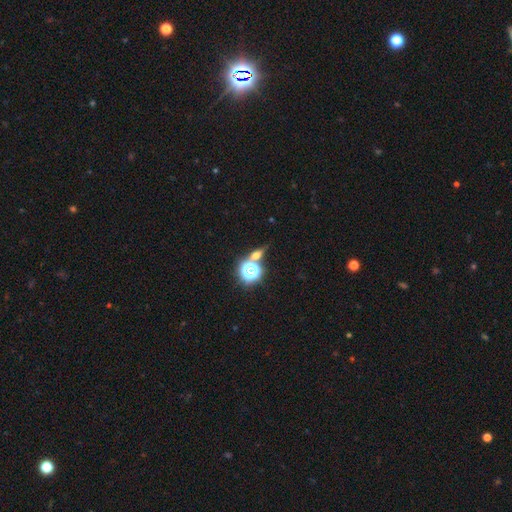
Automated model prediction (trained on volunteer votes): Smooth or featured?
  - smooth: 44% *
  - star or artifact: 36%
  - featured or disk: 20%
Merging?
  - none: 67% *
  - merger: 16%
  - minor disturbance: 11%
  - major disturbance: 6%